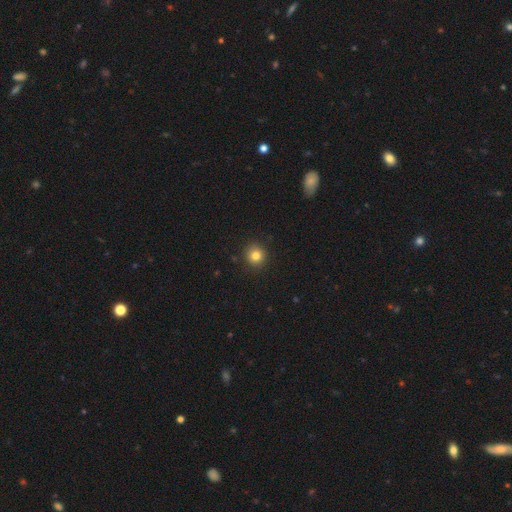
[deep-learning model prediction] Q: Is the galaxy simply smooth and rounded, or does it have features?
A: smooth — 82%.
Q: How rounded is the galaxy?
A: round — 91%.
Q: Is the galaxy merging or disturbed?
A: none — 90%.